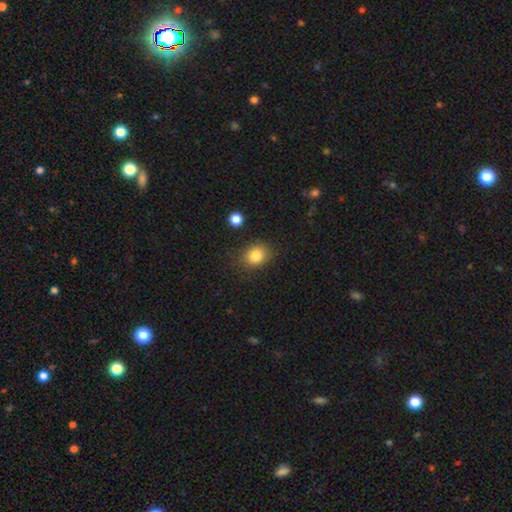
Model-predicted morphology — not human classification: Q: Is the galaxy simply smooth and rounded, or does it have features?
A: smooth — 84%.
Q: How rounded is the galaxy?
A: round — 57%.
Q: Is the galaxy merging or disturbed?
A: none — 80%.